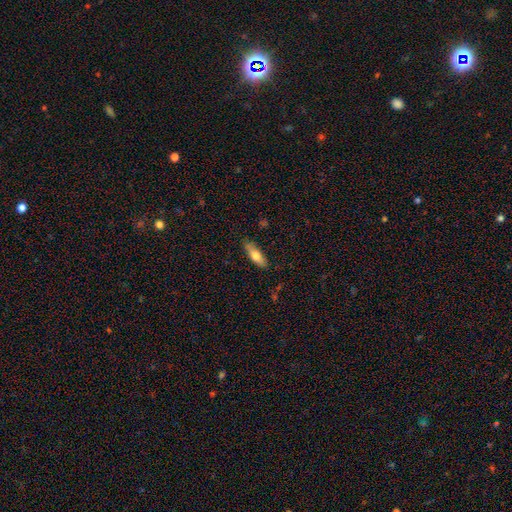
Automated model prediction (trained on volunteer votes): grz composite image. It shows a smooth galaxy with no disk features (66%) that is in between round and cigar-shaped (53%). Merging: none (83%).